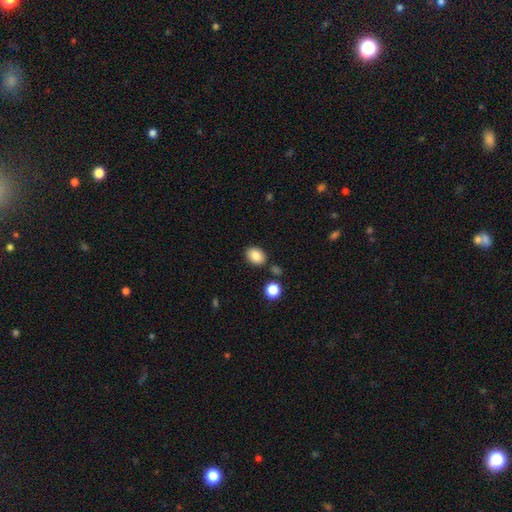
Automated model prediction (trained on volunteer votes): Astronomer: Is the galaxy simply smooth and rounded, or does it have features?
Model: smooth — 85%.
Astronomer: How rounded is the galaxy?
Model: in between — 68%.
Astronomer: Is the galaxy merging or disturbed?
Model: none — 83%.